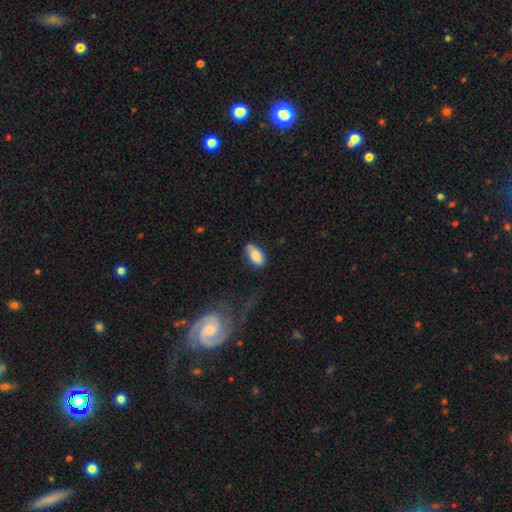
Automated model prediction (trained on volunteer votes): smooth_or_featured: smooth (p=0.85) [alt: featured or disk p=0.08]
how_rounded: in between (p=0.93) [alt: cigar-shaped p=0.04]
merging: none (p=0.72) [alt: minor disturbance p=0.22]